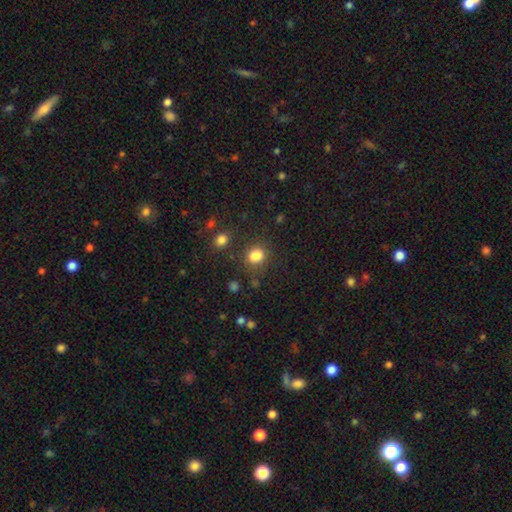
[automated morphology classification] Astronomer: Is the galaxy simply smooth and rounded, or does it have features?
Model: smooth — 82%.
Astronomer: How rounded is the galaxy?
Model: round — 54% (runner-up: in between, 45%).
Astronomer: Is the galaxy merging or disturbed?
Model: none — 73%.